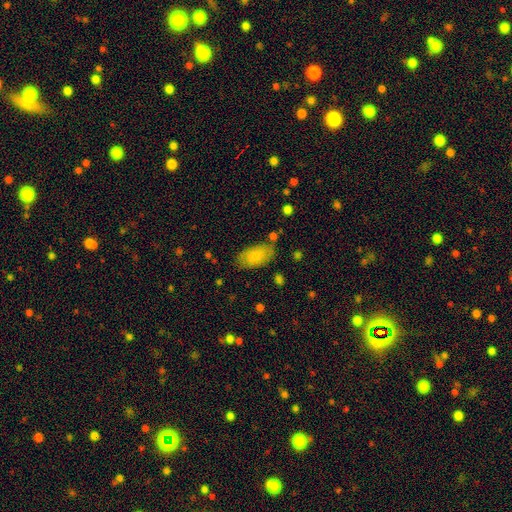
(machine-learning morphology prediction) A smooth galaxy with no disk features (84%) that is in between round and cigar-shaped (94%).

Vote fractions:
- Smooth or featured? smooth: 84% / featured or disk: 10% / star or artifact: 7%
- How rounded? in between: 94% / round: 3% / cigar-shaped: 3%
- Merging? none: 75% / minor disturbance: 17% / major disturbance: 5% / merger: 4%